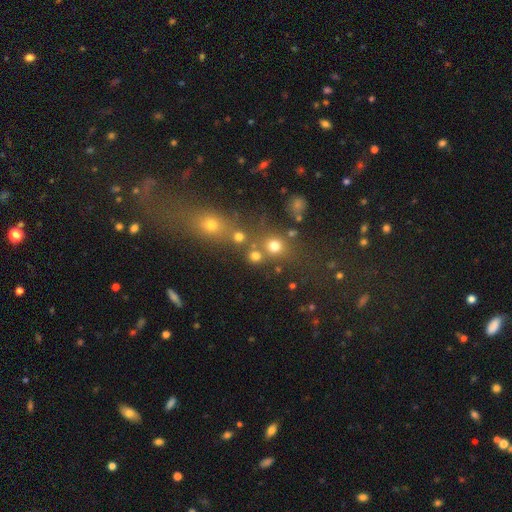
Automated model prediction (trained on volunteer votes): Smooth or featured?
  - smooth: 73% *
  - star or artifact: 19%
  - featured or disk: 8%
How rounded?
  - round: 87% *
  - in between: 12%
  - cigar-shaped: 1%
Merging?
  - none: 68% *
  - merger: 19%
  - minor disturbance: 8%
  - major disturbance: 5%